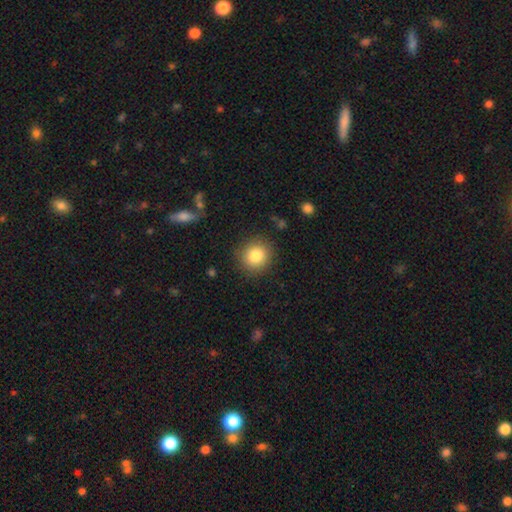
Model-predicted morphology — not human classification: Smooth or featured? Predicted: smooth (p=0.83). How rounded? Predicted: round (p=0.89). Merging? Predicted: none (p=0.88).